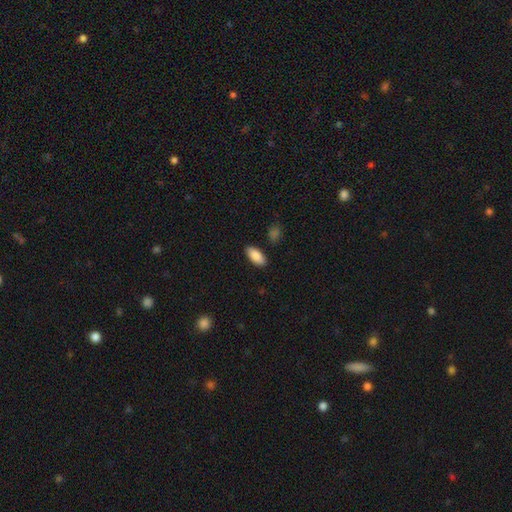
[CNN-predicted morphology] type=smooth (88%); roundness=in between (88%); merging=none (87%).